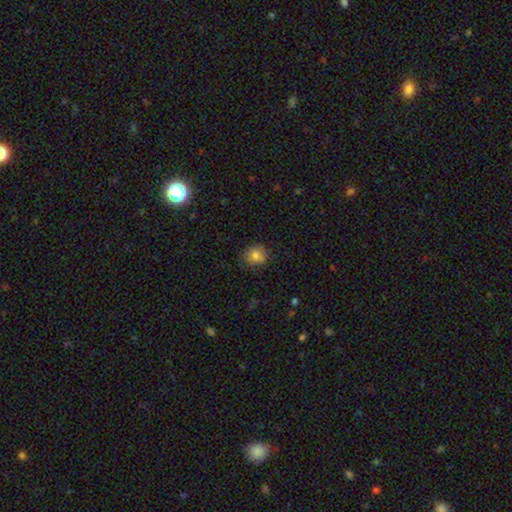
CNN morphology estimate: This appears to be a smooth galaxy with no disk features (81%) that is round (80%). Merging: none (77%).